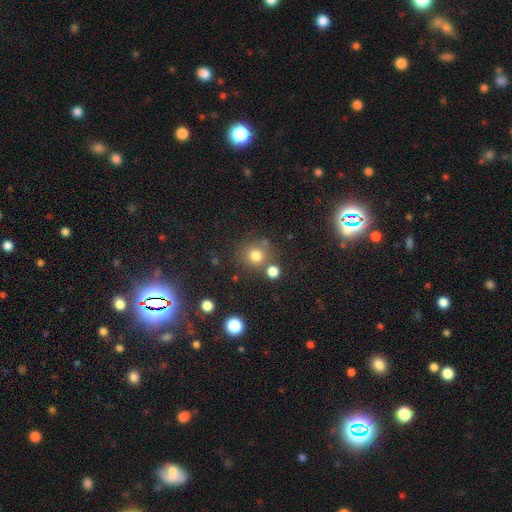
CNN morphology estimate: This appears to be a smooth galaxy with no disk features (77%) that is round (89%). Merging: none (74%).